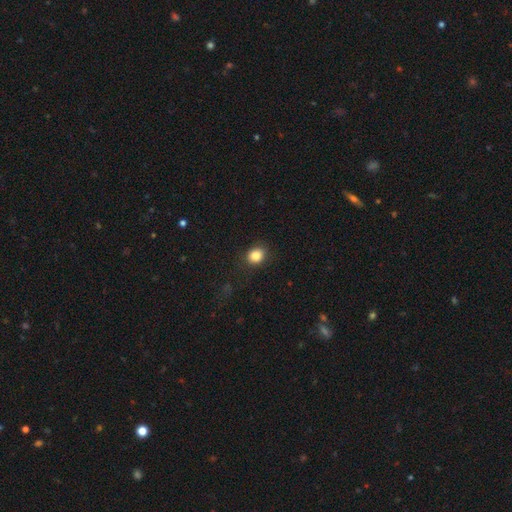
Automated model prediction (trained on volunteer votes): Smooth or featured? Predicted: smooth (p=0.84). How rounded? Predicted: round (p=0.67). Merging? Predicted: none (p=0.85).